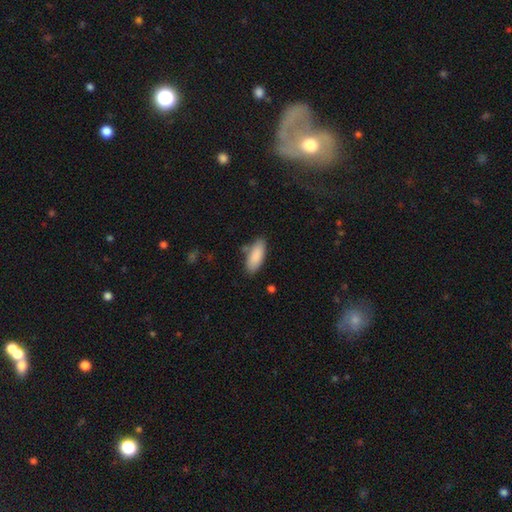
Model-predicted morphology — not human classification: Smooth or featured? smooth (89%)
How rounded? in between (79%)
Merging? none (77%)